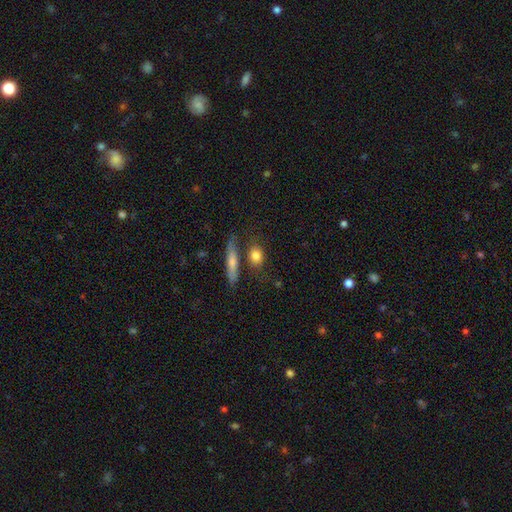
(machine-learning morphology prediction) Smooth or featured? smooth (78%)
How rounded? round (44%)
Merging? none (69%)